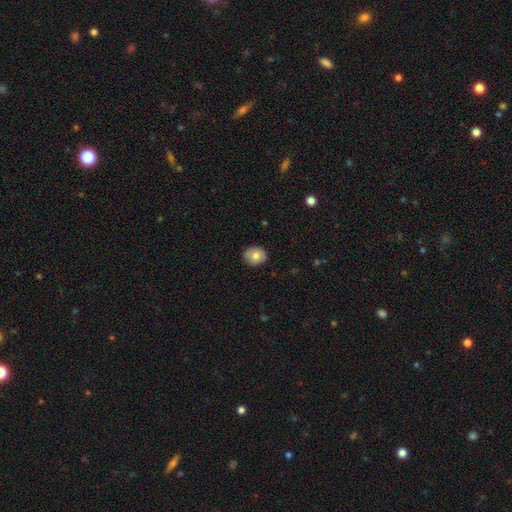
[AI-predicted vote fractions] Smooth or featured?
  - smooth: 77% *
  - featured or disk: 16%
  - star or artifact: 8%
How rounded?
  - round: 66% *
  - in between: 33%
  - cigar-shaped: 1%
Merging?
  - none: 88% *
  - minor disturbance: 10%
  - major disturbance: 2%
  - merger: 1%